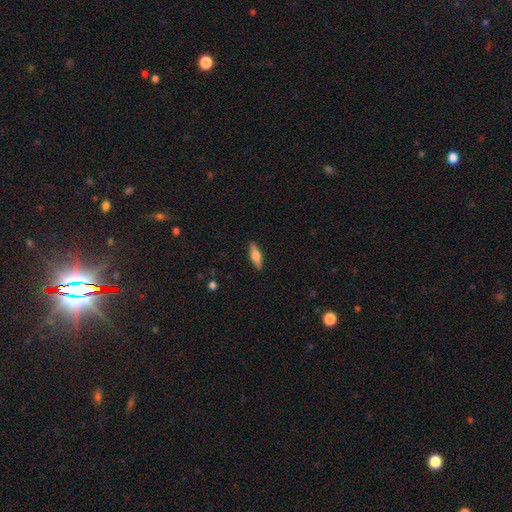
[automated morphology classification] smooth 56%, featured or disk 37%, star or artifact 6%. Down the decision tree: how rounded — in between (50%); merging — none (89%).